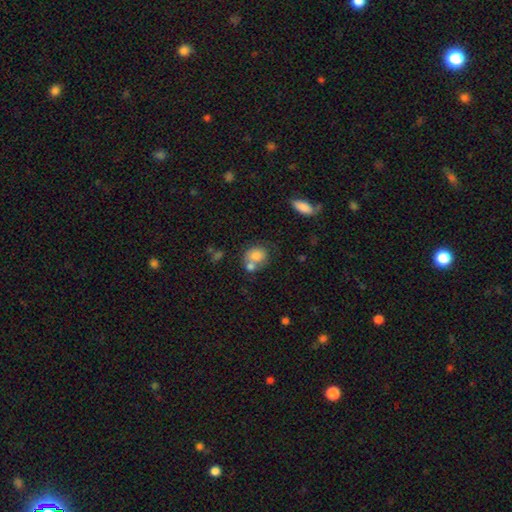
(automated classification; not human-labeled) A smooth galaxy with no disk features (78%) that is round (59%).

Vote fractions:
- Smooth or featured? smooth: 78% / featured or disk: 13% / star or artifact: 9%
- How rounded? round: 59% / in between: 40% / cigar-shaped: 1%
- Merging? none: 41% / merger: 39% / minor disturbance: 14% / major disturbance: 6%